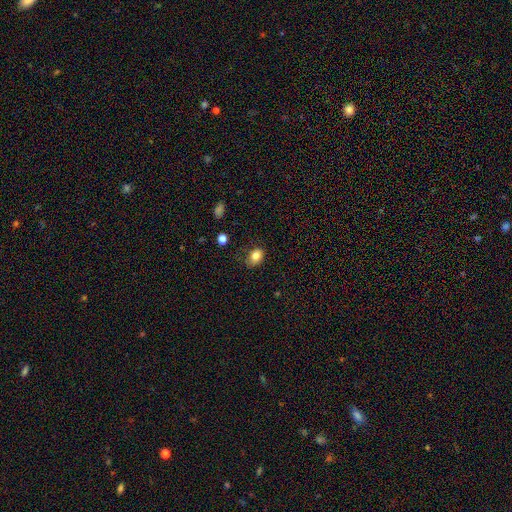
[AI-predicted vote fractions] The model was most divided on "how rounded": in between: 69%, round: 30%, cigar-shaped: 1%. More confident: smooth or featured — smooth (82%); merging — none (67%).